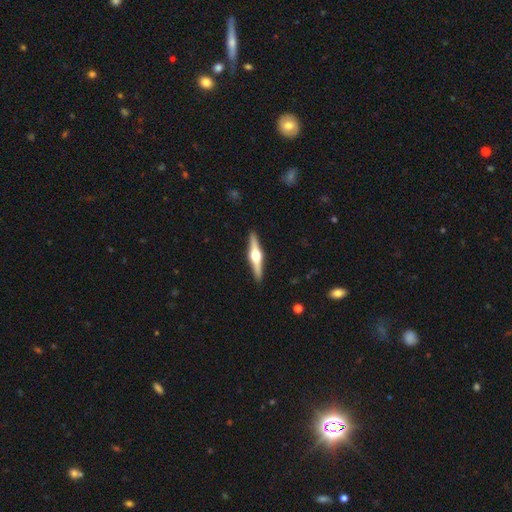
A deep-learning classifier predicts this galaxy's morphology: type=featured or disk (75%); edge-on=yes (98%); edge-on bulge=rounded (96%); merging=none (92%).